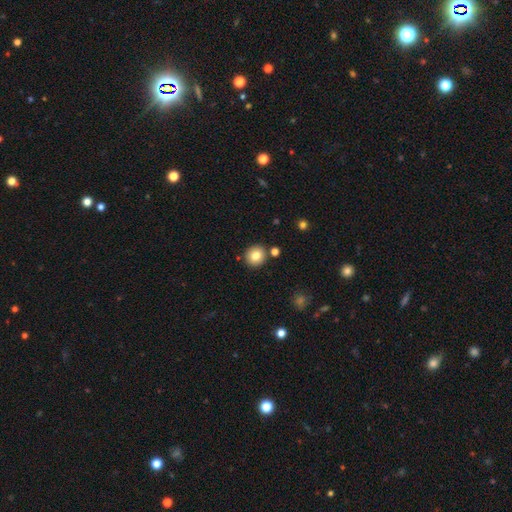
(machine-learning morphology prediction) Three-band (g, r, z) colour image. It shows a smooth galaxy with no disk features (80%) that is round (90%). Merging: none (85%).